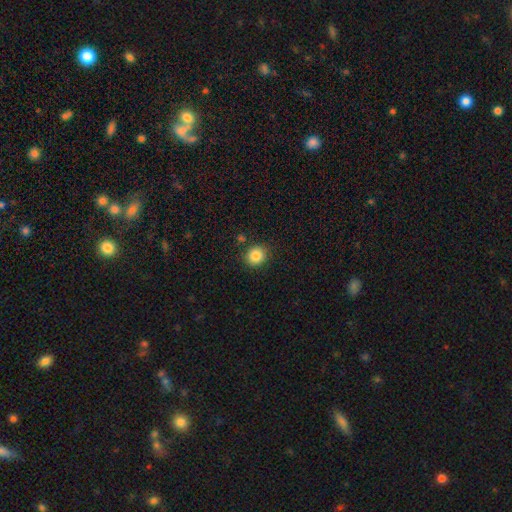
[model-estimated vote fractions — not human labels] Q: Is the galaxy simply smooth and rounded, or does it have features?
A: smooth — 85%.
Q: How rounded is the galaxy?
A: round — 82%.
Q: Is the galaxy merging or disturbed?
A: none — 86%.